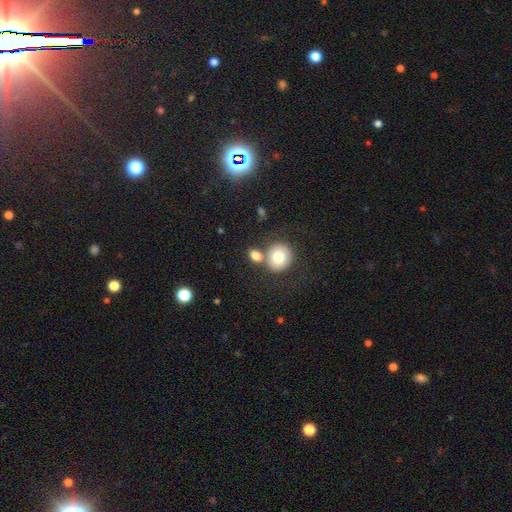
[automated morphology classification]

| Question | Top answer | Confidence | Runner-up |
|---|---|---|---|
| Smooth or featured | smooth | 78% | featured or disk (13%) |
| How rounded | round | 66% | in between (32%) |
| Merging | none | 57% | merger (29%) |